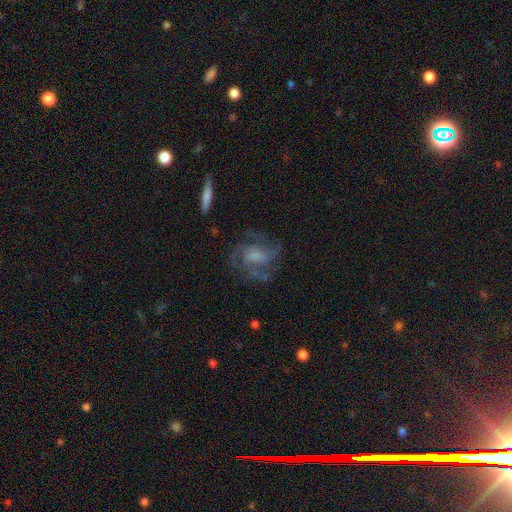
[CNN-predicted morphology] This appears to be a featured or disk galaxy (71%) with no bar (53%), medium (46%) spiral arms (82%) and a moderate central bulge (35%). Merging: none (60%).